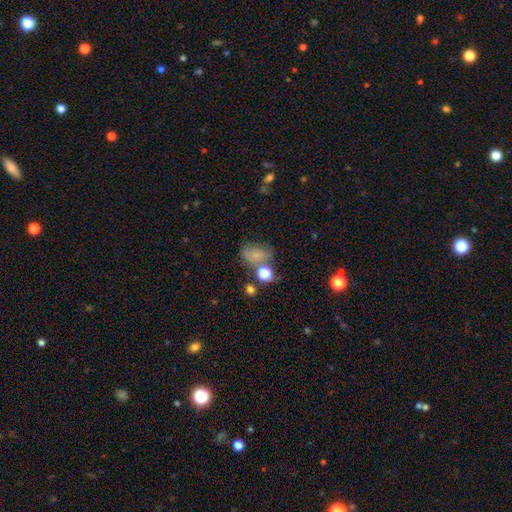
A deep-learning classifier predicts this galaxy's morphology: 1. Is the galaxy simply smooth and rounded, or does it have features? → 68% smooth, 17% star or artifact, 16% featured or disk.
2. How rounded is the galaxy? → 57% in between, 41% round, 1% cigar-shaped.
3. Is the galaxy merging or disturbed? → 45% none, 22% minor disturbance, 19% merger, 13% major disturbance.